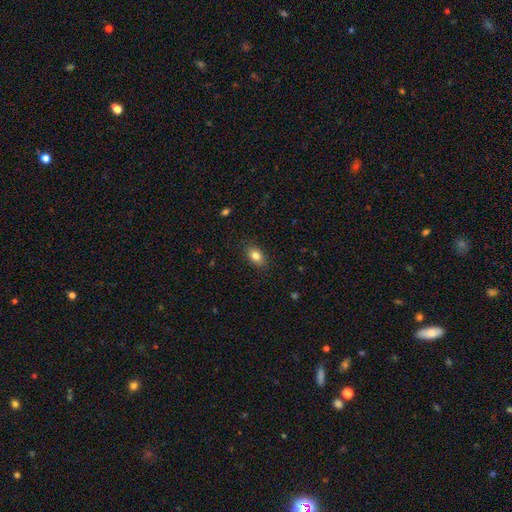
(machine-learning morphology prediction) A smooth galaxy with no disk features (81%) that is in between round and cigar-shaped (85%). Merging: none (88%).